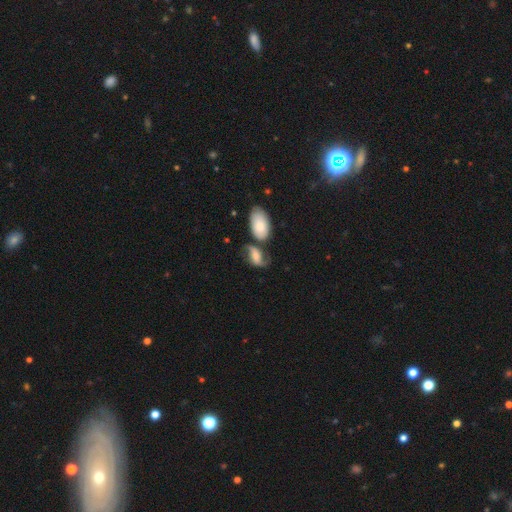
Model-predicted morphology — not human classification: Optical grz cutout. It shows a featured or disk galaxy (61%) with no bar (40%), 2 (86%) loose (65%) spiral arms (89%) and a moderate central bulge (41%). Merging: none (41%).